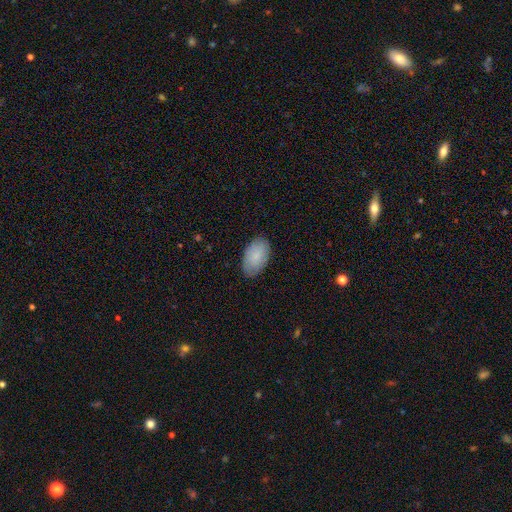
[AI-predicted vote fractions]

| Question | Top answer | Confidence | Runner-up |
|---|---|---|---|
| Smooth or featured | smooth | 85% | featured or disk (9%) |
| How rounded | in between | 94% | round (4%) |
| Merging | none | 84% | minor disturbance (13%) |